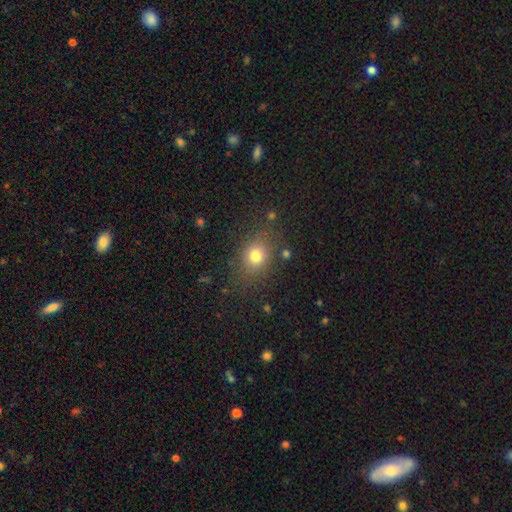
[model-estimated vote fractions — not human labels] The model was most divided on "how rounded": round: 52%, in between: 47%, cigar-shaped: 1%. More confident: merging — none (80%); smooth or featured — smooth (76%).